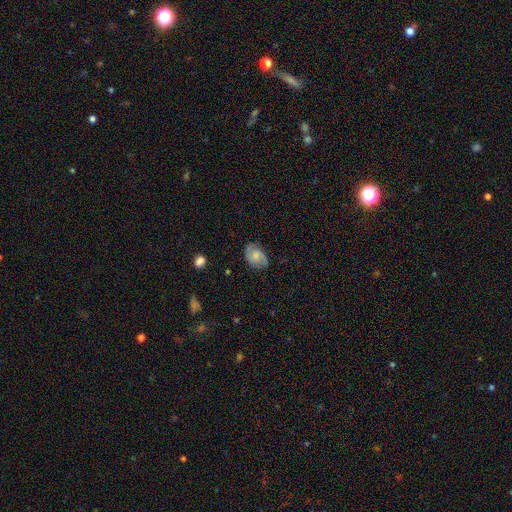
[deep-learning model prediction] The model was most divided on "smooth or featured": smooth: 49%, featured or disk: 43%, star or artifact: 8%. More confident: merging — none (72%).